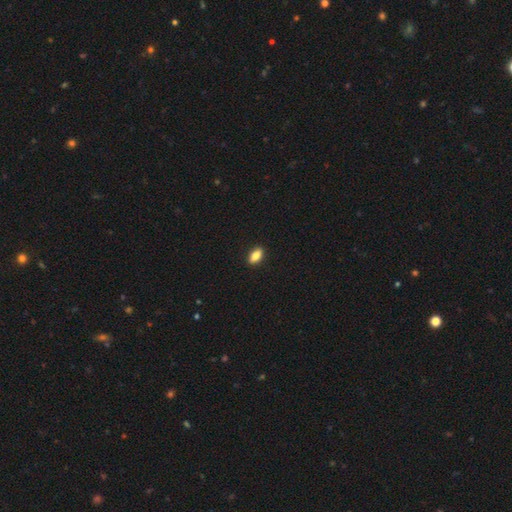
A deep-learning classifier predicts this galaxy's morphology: This appears to be a smooth galaxy with no disk features (81%) that is in between round and cigar-shaped (87%). Merging: none (90%).